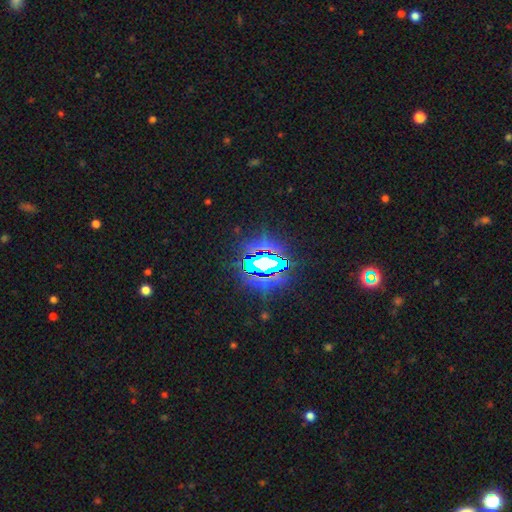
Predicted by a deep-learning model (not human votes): This is likely a star or artifact rather than a galaxy (75%).